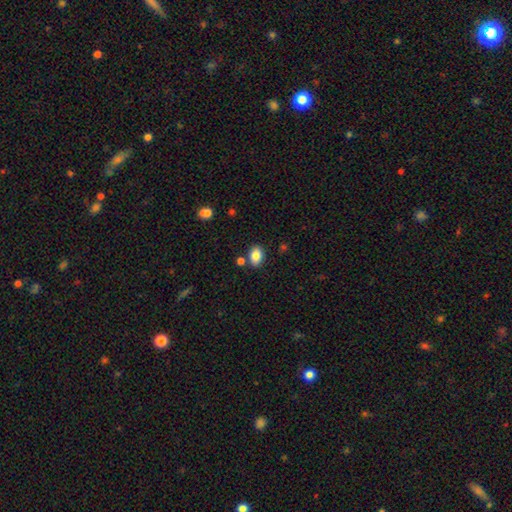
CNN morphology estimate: Smooth or featured: smooth — 85% (star or artifact — 9%)
How rounded: in between — 80% (round — 19%)
Merging: none — 80% (minor disturbance — 10%)